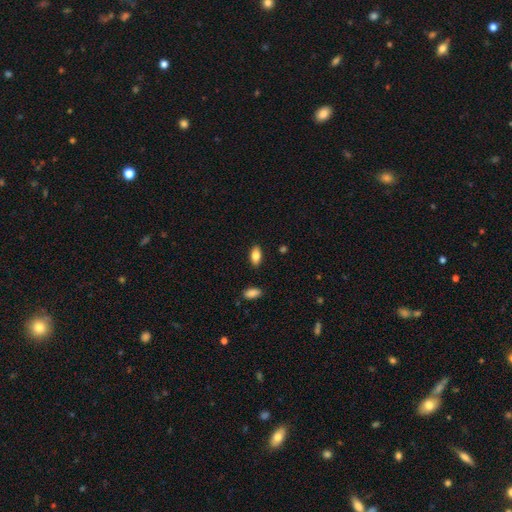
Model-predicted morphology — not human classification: This appears to be a smooth galaxy with no disk features (84%) that is in between round and cigar-shaped (91%). Merging: none (88%).